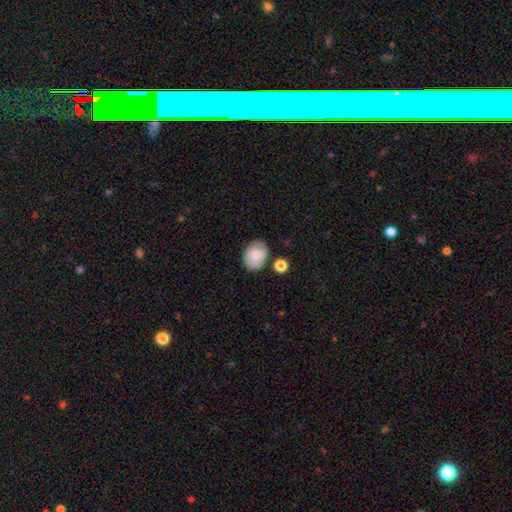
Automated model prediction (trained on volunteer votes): Smooth or featured?
  - smooth: 79% *
  - featured or disk: 13%
  - star or artifact: 8%
How rounded?
  - in between: 71% *
  - round: 28%
  - cigar-shaped: 1%
Merging?
  - none: 67% *
  - minor disturbance: 20%
  - merger: 8%
  - major disturbance: 6%